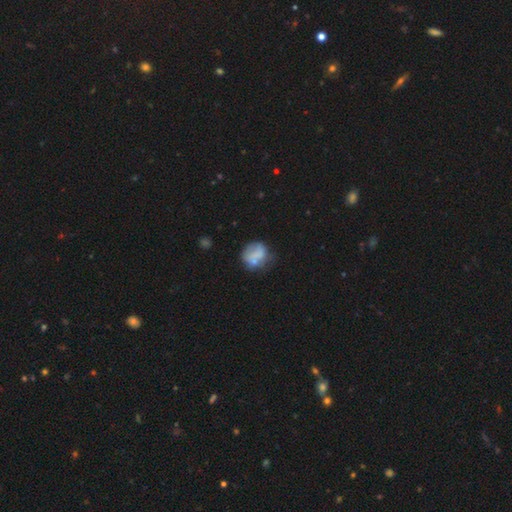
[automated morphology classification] This is likely a smooth galaxy (63%). How rounded: likely round (71%). Merging: marginally none (45%).